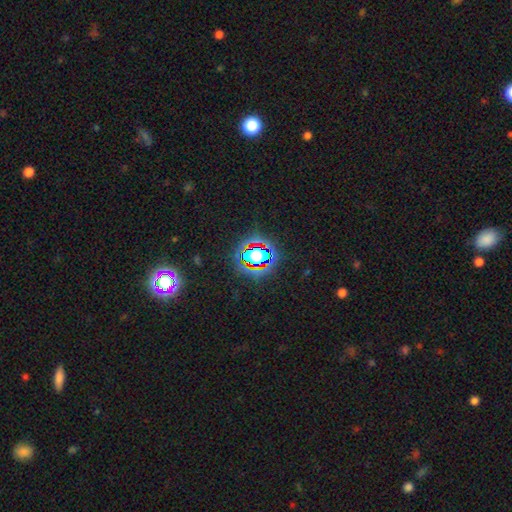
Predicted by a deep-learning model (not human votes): Overall: star or artifact (64%).